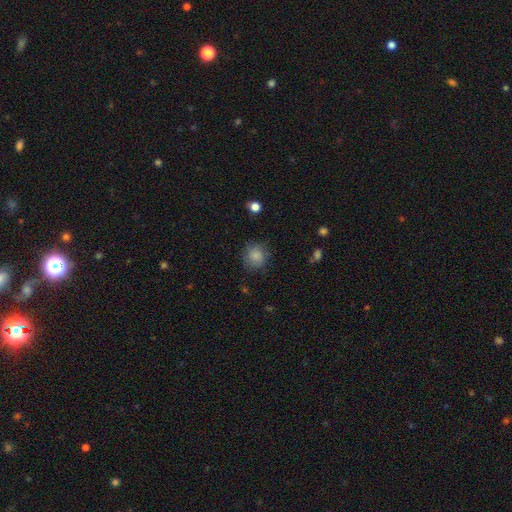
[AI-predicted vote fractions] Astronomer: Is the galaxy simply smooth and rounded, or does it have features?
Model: smooth — 84%.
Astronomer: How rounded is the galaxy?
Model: round — 84%.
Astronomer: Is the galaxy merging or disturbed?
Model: none — 78%.